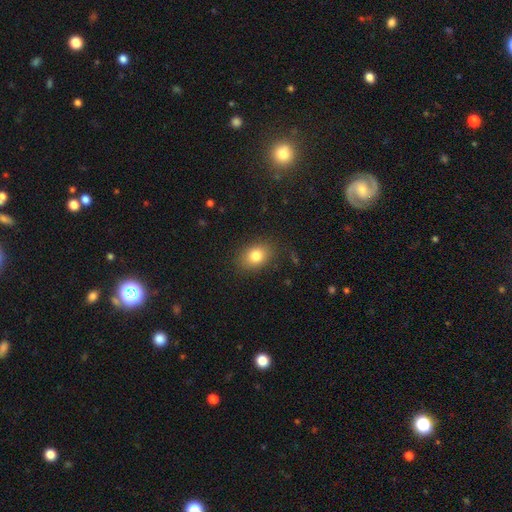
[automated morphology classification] A smooth galaxy with no disk features (81%) that is in between round and cigar-shaped (68%).

Vote fractions:
- Smooth or featured? smooth: 81% / star or artifact: 10% / featured or disk: 9%
- How rounded? in between: 68% / round: 30% / cigar-shaped: 1%
- Merging? none: 84% / minor disturbance: 11% / major disturbance: 3% / merger: 1%